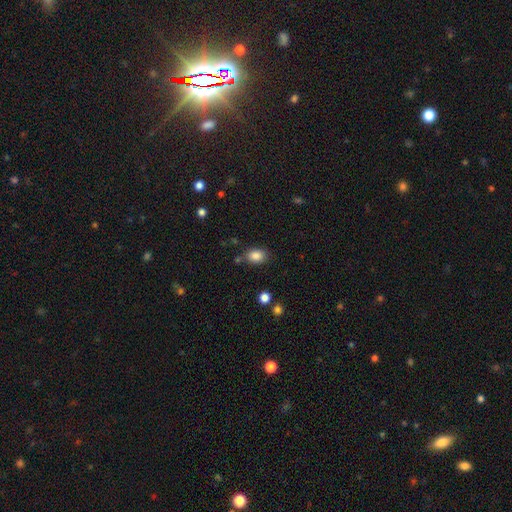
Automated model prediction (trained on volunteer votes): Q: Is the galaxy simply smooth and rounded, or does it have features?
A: smooth — 86%.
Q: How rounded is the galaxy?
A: in between — 76%.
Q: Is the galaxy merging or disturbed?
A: none — 78%.